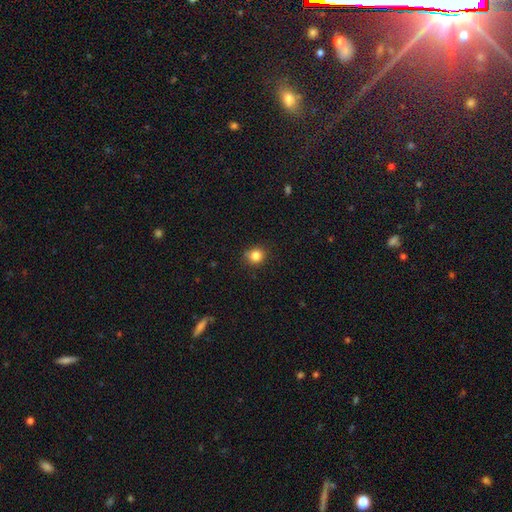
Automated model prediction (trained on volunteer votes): Smooth or featured: smooth — 83% (star or artifact — 12%)
How rounded: round — 84% (in between — 15%)
Merging: none — 81% (minor disturbance — 14%)